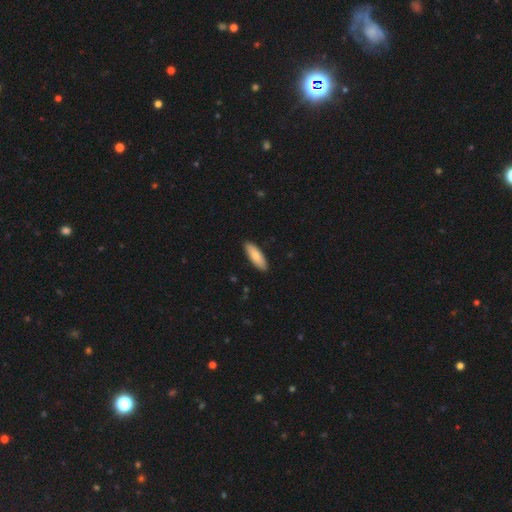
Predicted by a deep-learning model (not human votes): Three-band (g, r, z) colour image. It shows a smooth galaxy with no disk features (79%) that is in between round and cigar-shaped (59%). Merging: none (90%).